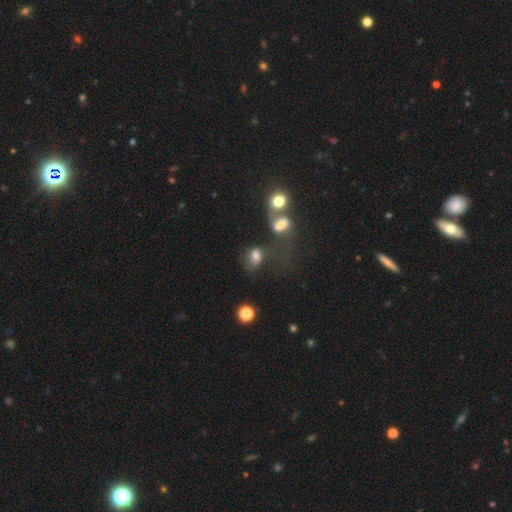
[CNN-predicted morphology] Smooth or featured?
  - smooth: 71% *
  - featured or disk: 17%
  - star or artifact: 12%
How rounded?
  - in between: 69% *
  - round: 29%
  - cigar-shaped: 2%
Merging?
  - merger: 32% *
  - none: 28%
  - major disturbance: 24%
  - minor disturbance: 17%